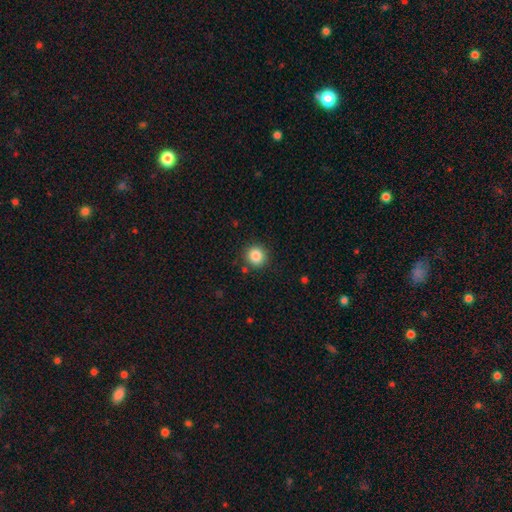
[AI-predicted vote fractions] smooth_or_featured: smooth (p=0.86) [alt: star or artifact p=0.10]
how_rounded: round (p=0.91) [alt: in between p=0.08]
merging: none (p=0.87) [alt: minor disturbance p=0.08]